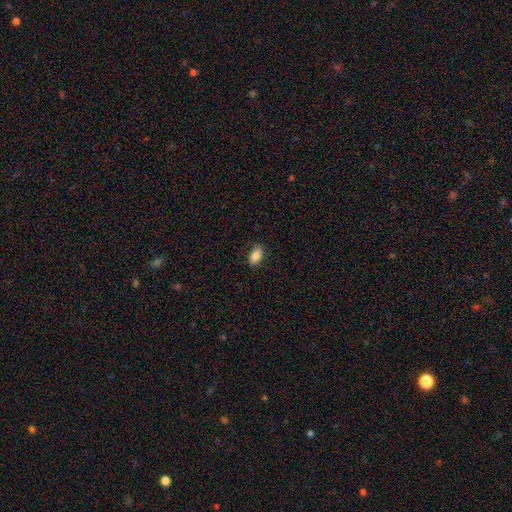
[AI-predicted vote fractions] Morphology: type=smooth (83%); roundness=in between (90%); merging=none (82%).